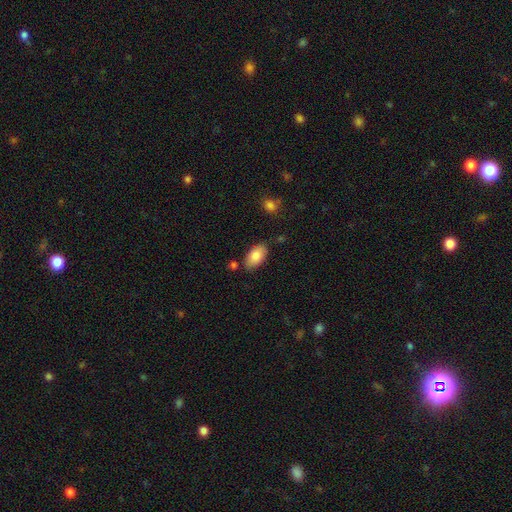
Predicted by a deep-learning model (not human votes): Overall: smooth (83%). How rounded: in between (94%). Merging: none (77%).